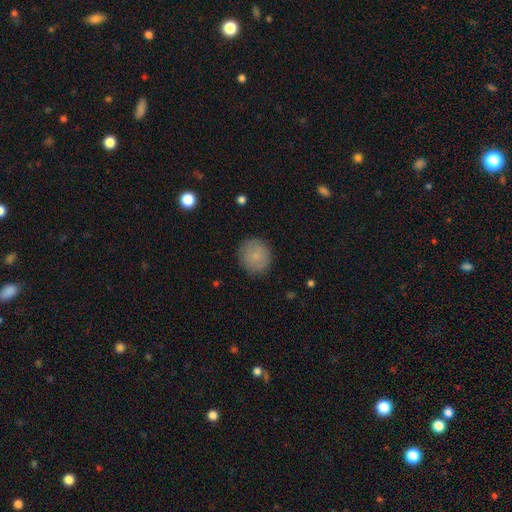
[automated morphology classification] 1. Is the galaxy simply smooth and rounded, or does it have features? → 83% smooth, 10% featured or disk, 8% star or artifact.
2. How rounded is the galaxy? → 83% round, 16% in between, 1% cigar-shaped.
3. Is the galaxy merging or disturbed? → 85% none, 11% minor disturbance, 3% major disturbance, 1% merger.